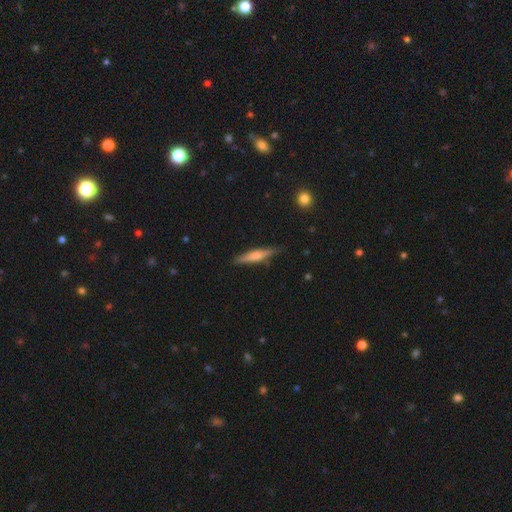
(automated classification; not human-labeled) The model was most divided on "smooth or featured": smooth: 48%, featured or disk: 46%, star or artifact: 6%. More confident: merging — none (84%).